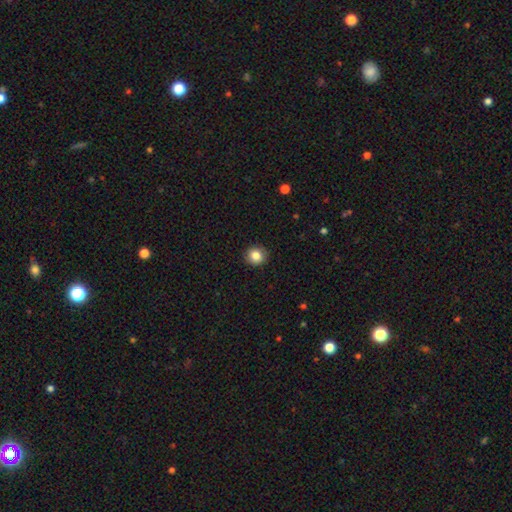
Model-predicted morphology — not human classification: A smooth galaxy with no disk features (84%) that is round (89%).

Vote fractions:
- Smooth or featured? smooth: 84% / star or artifact: 10% / featured or disk: 6%
- How rounded? round: 89% / in between: 10% / cigar-shaped: 1%
- Merging? none: 91% / minor disturbance: 6% / major disturbance: 2% / merger: 1%